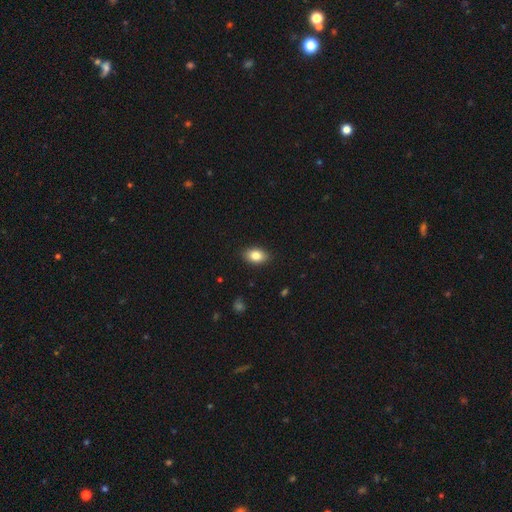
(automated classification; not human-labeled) Smooth or featured: smooth — 84% (featured or disk — 8%)
How rounded: in between — 87% (round — 12%)
Merging: none — 88% (minor disturbance — 9%)